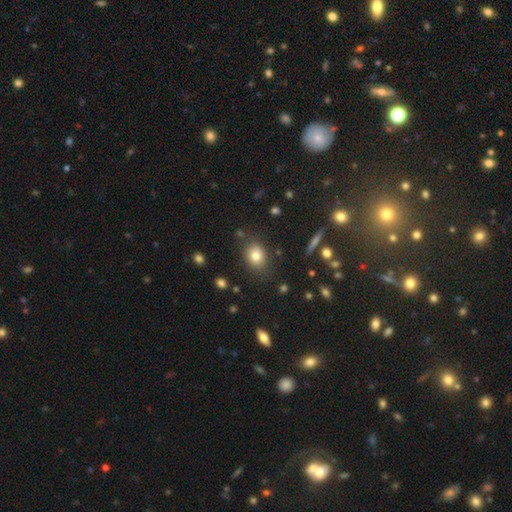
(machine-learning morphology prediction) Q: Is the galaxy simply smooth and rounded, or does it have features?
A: smooth — 78%.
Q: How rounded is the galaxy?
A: in between — 53%.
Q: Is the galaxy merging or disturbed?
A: none — 81%.